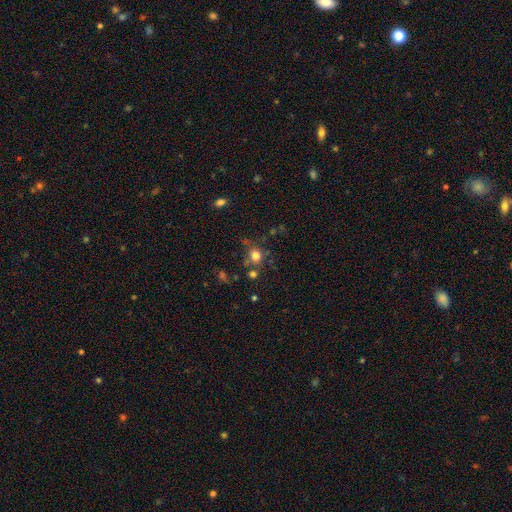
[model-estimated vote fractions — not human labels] Q: Smooth or featured?
A: smooth (76%); runner-up: star or artifact (16%)
Q: How rounded?
A: round (84%); runner-up: in between (15%)
Q: Merging?
A: none (70%); runner-up: minor disturbance (13%)